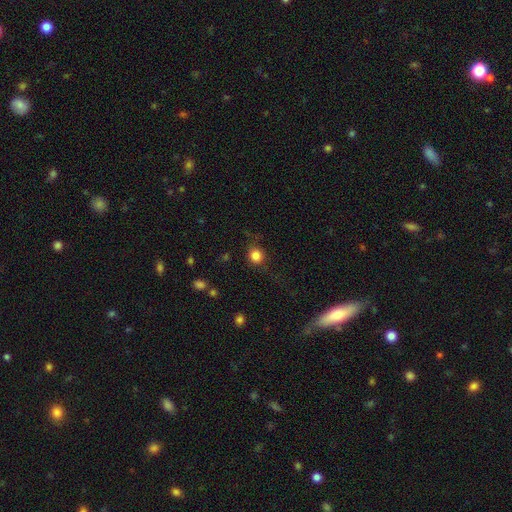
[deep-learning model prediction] This is clearly a smooth galaxy (83%). How rounded: clearly round (88%). Merging: clearly none (81%).